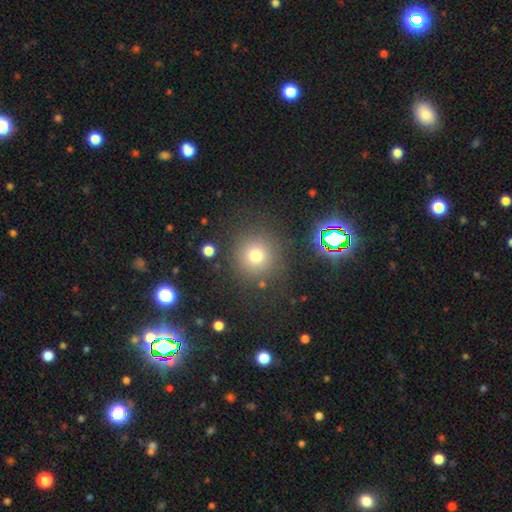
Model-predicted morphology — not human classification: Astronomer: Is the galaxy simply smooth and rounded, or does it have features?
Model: smooth — 74%.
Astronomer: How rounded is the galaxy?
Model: round — 93%.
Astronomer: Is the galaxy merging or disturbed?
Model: none — 84%.